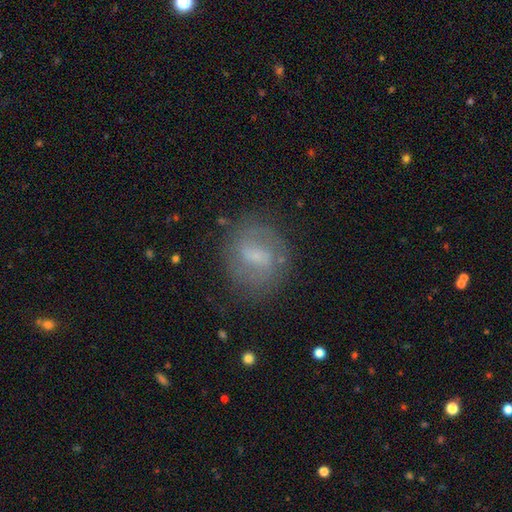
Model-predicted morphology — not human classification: Smooth or featured? Predicted: featured or disk (p=0.60). Edge-on disk? Predicted: no (p=0.96). Bar? Predicted: weak (p=0.56). Spiral arms? Predicted: yes (p=0.76). Bulge size? Predicted: small (p=0.56). Merging? Predicted: none (p=0.75).